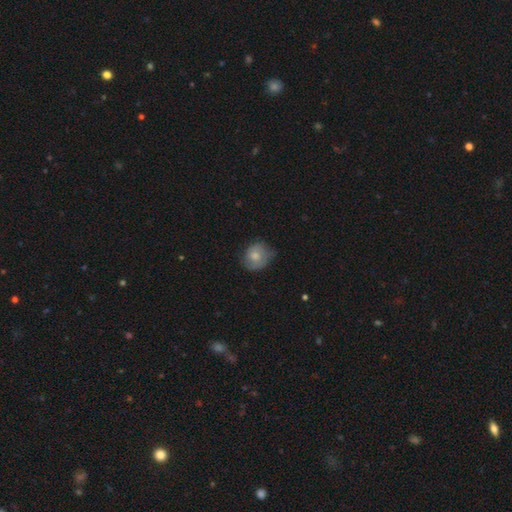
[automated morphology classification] type=smooth (70%); roundness=round (70%); merging=none (58%).